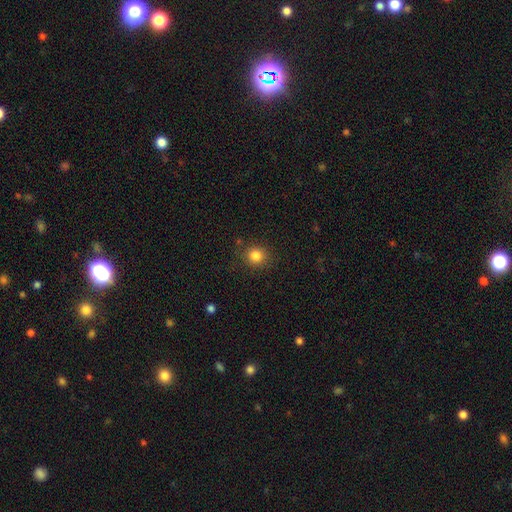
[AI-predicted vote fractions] Smooth or featured?
  - smooth: 83% *
  - star or artifact: 12%
  - featured or disk: 5%
How rounded?
  - round: 85% *
  - in between: 14%
  - cigar-shaped: 1%
Merging?
  - none: 86% *
  - minor disturbance: 9%
  - major disturbance: 3%
  - merger: 2%